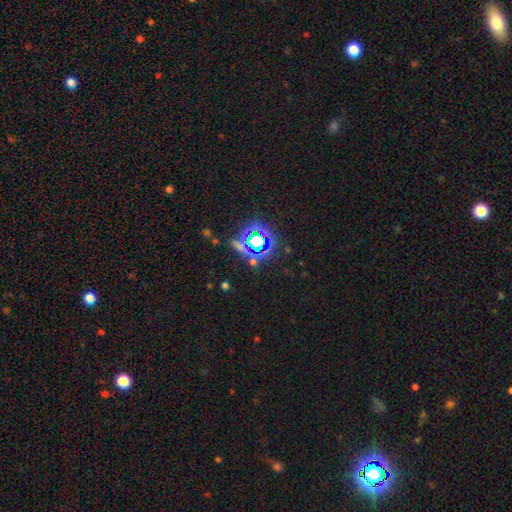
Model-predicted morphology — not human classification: smooth_or_featured: star or artifact (p=0.78) [alt: smooth p=0.14]